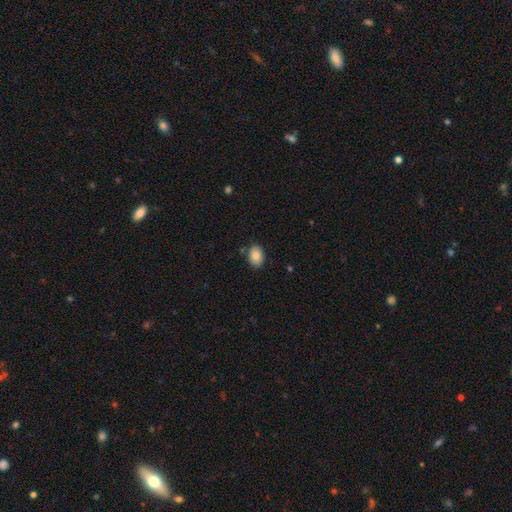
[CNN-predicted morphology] Overall: smooth (86%). How rounded: in between (76%). Merging: none (84%).